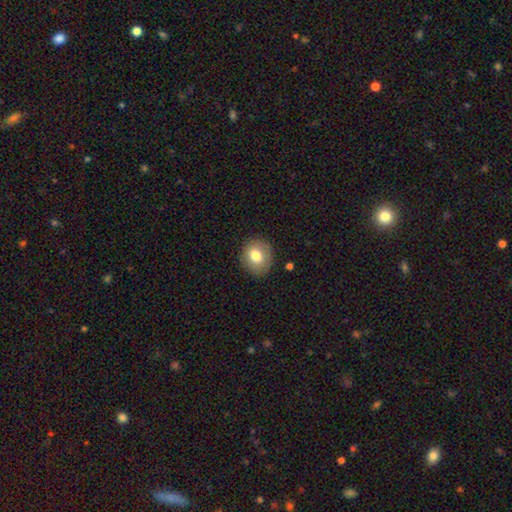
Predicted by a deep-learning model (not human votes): smooth_or_featured: smooth (p=0.77) [alt: featured or disk p=0.14]
how_rounded: round (p=0.70) [alt: in between p=0.29]
merging: none (p=0.86) [alt: minor disturbance p=0.10]